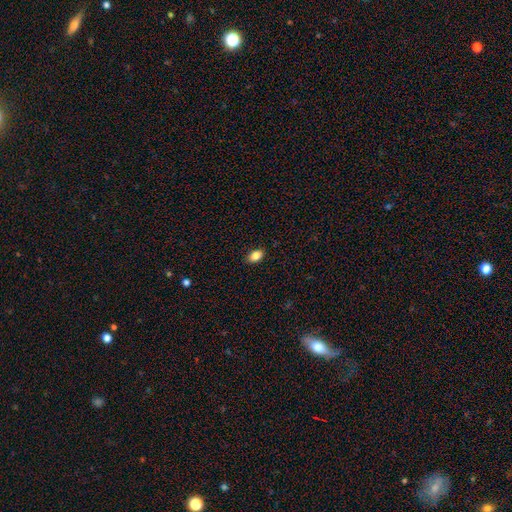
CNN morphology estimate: This is clearly a smooth galaxy (85%). How rounded: clearly in between (86%). Merging: clearly none (87%).